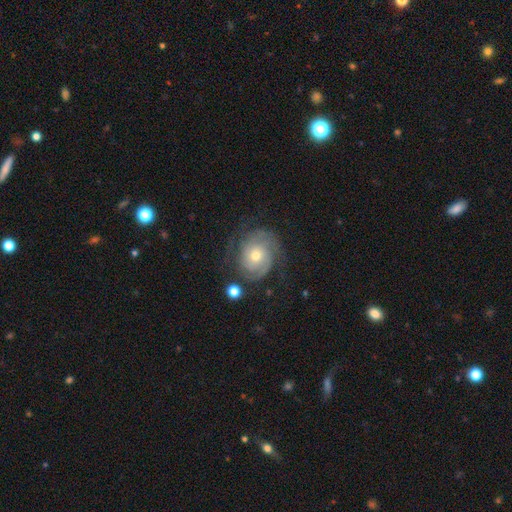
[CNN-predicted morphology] Q: Smooth or featured?
A: featured or disk (79%); runner-up: smooth (14%)
Q: Edge-on disk?
A: no (97%); runner-up: yes (3%)
Q: Bar?
A: no (77%); runner-up: weak (19%)
Q: Spiral arms?
A: yes (93%); runner-up: no (7%)
Q: Spiral winding?
A: tight (60%); runner-up: medium (30%)
Q: Spiral arm count?
A: 2 (45%); runner-up: can't tell (23%)
Q: Bulge size?
A: moderate (54%); runner-up: small (41%)
Q: Merging?
A: none (68%); runner-up: minor disturbance (19%)